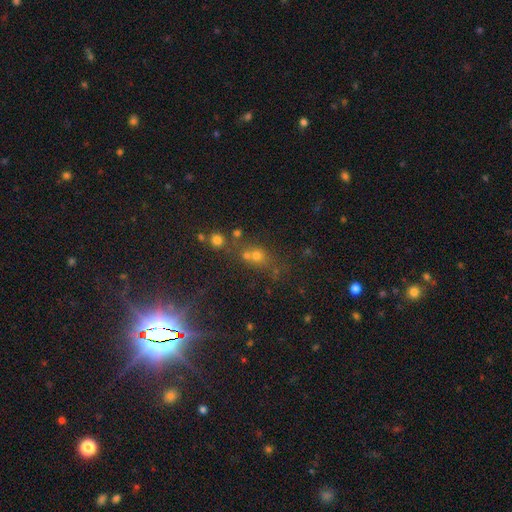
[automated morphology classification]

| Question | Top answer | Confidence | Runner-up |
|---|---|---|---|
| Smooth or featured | smooth | 44% | star or artifact (42%) |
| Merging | none | 53% | merger (30%) |